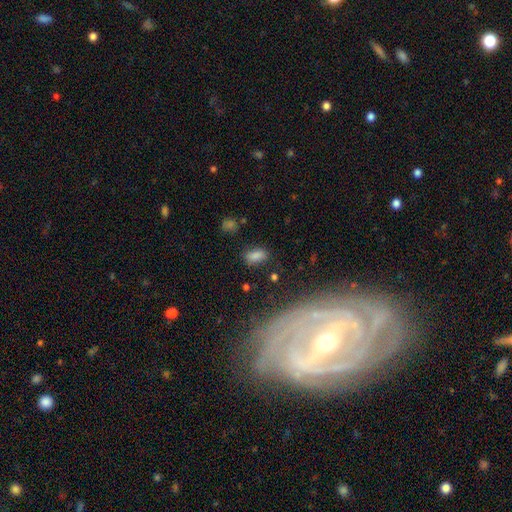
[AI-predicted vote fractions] A smooth galaxy with no disk features (82%) that is in between round and cigar-shaped (89%).

Vote fractions:
- Smooth or featured? smooth: 82% / star or artifact: 11% / featured or disk: 6%
- How rounded? in between: 89% / round: 6% / cigar-shaped: 5%
- Merging? none: 77% / minor disturbance: 15% / major disturbance: 5% / merger: 3%